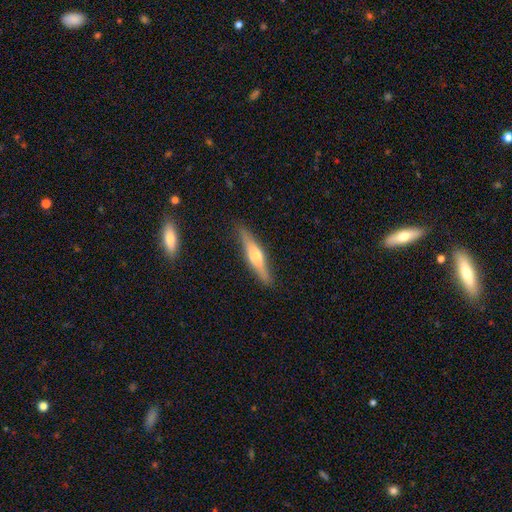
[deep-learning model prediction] A featured or disk galaxy (52%) viewed edge-on (94%). Merging: none (86%).